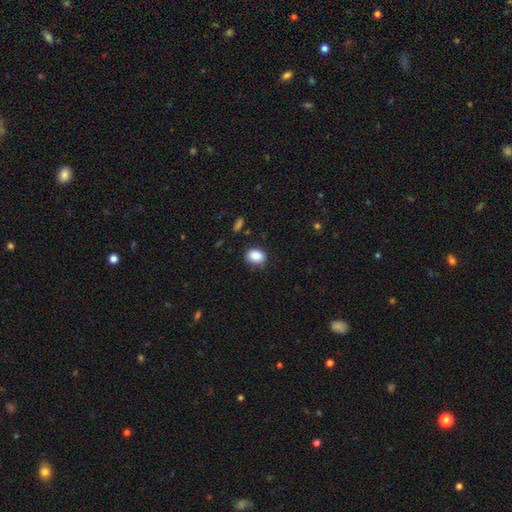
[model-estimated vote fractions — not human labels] Morphology: type=smooth (87%); roundness=in between (60%); merging=none (78%).